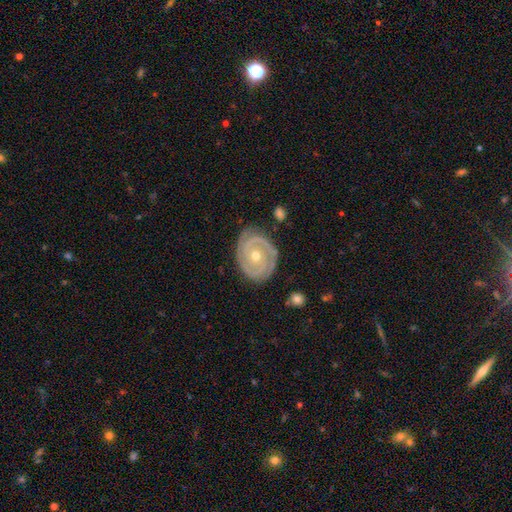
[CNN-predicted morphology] smooth-or-featured: featured or disk: 90% | smooth: 5% | star or artifact: 5%
  disk-edge-on: no: 97% | yes: 3%
    bar: no: 75% | weak: 18% | strong: 7%
    has-spiral-arms: yes: 97% | no: 3%
      spiral-winding: tight: 79% | medium: 18% | loose: 3%
      spiral-arm-count: 2: 74% | 3: 11% | can't tell: 7% | 1: 3% | 4: 2% | more than 4: 2%
    bulge-size: moderate: 52% | small: 45% | large: 1% | none: 1% | dominant: 1%
  merging: none: 83% | minor disturbance: 13% | major disturbance: 3% | merger: 1%